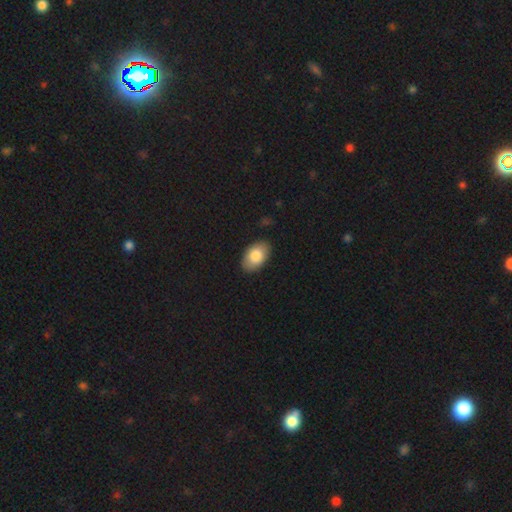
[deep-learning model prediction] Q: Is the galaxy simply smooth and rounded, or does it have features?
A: smooth — 82%.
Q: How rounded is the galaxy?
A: in between — 92%.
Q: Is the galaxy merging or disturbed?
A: none — 88%.